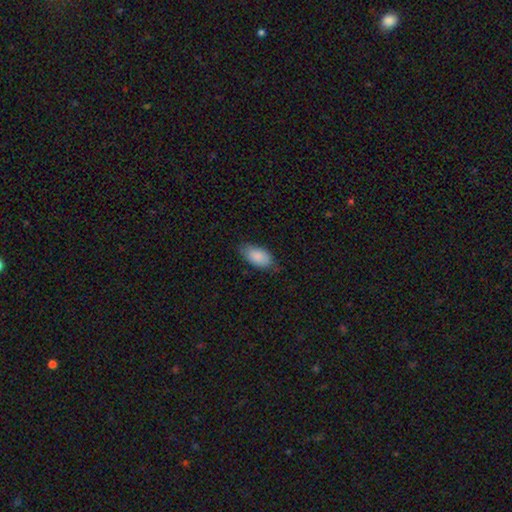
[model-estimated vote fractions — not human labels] A smooth galaxy with no disk features (87%) that is in between round and cigar-shaped (94%).

Vote fractions:
- Smooth or featured? smooth: 87% / featured or disk: 7% / star or artifact: 6%
- How rounded? in between: 94% / cigar-shaped: 3% / round: 3%
- Merging? none: 74% / minor disturbance: 21% / major disturbance: 4% / merger: 1%